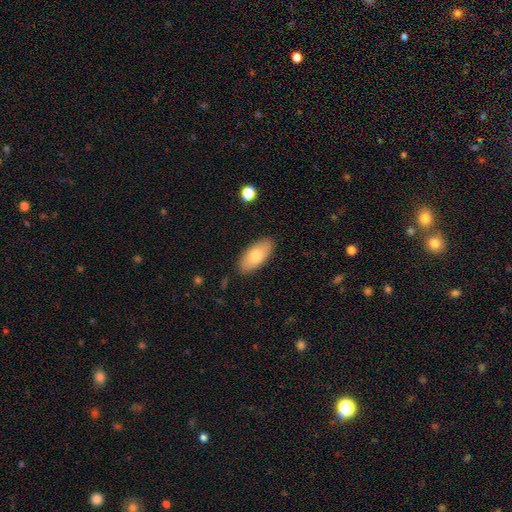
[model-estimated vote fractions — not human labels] Smooth or featured? smooth (74%)
How rounded? in between (90%)
Merging? none (87%)